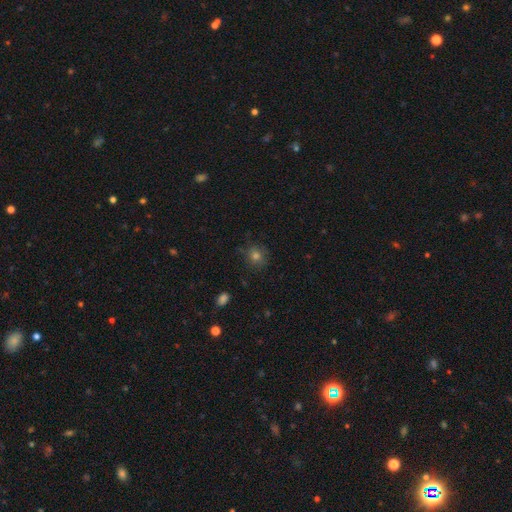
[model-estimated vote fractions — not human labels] The model was most divided on "smooth or featured": smooth: 70%, star or artifact: 21%, featured or disk: 9%. More confident: how rounded — round (86%); merging — none (82%).